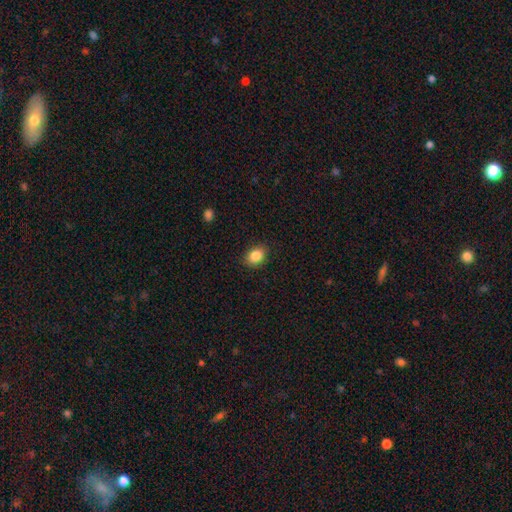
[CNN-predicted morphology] Smooth or featured? Predicted: smooth (p=0.86). How rounded? Predicted: in between (p=0.67). Merging? Predicted: none (p=0.87).